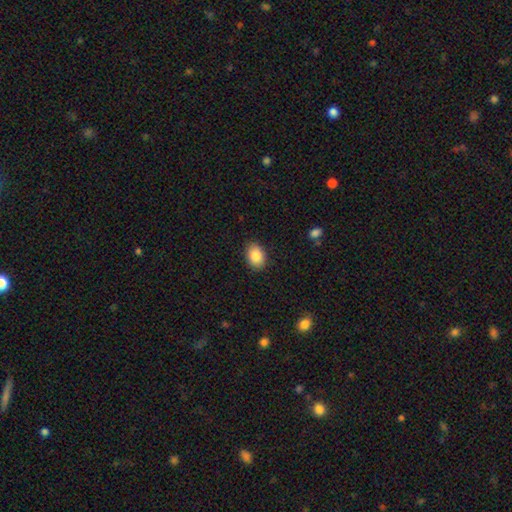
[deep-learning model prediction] Smooth or featured?
  - smooth: 87% *
  - star or artifact: 8%
  - featured or disk: 6%
How rounded?
  - in between: 77% *
  - round: 22%
  - cigar-shaped: 1%
Merging?
  - none: 87% *
  - minor disturbance: 10%
  - major disturbance: 2%
  - merger: 1%